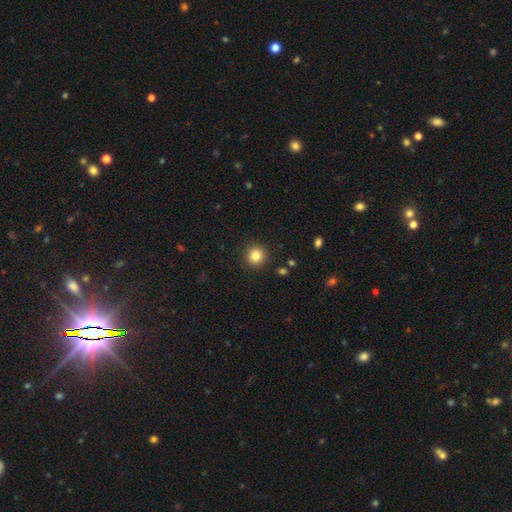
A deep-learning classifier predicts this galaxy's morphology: This appears to be a smooth galaxy with no disk features (84%) that is round (94%). Merging: none (92%).